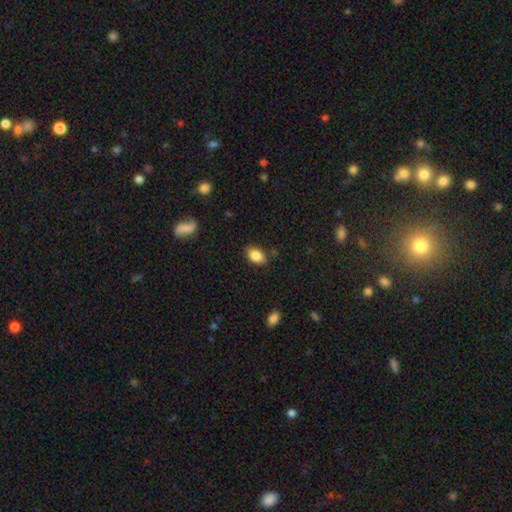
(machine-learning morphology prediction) Smooth or featured? smooth (86%)
How rounded? in between (88%)
Merging? none (82%)